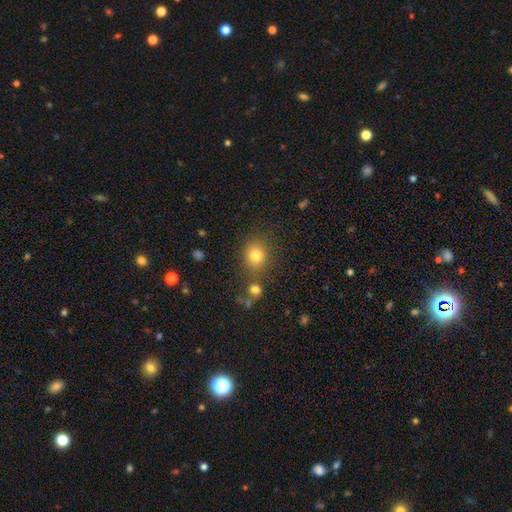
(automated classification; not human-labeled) Overall: smooth (79%). How rounded: round (68%; in between 31%). Merging: none (75%).